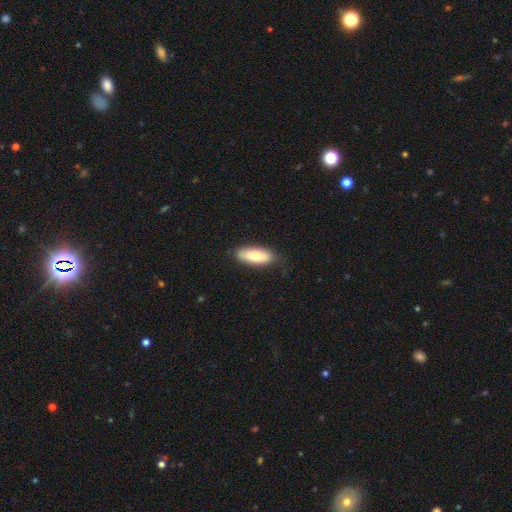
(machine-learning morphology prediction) Overall: smooth (77%). How rounded: in between (75%). Merging: none (79%).